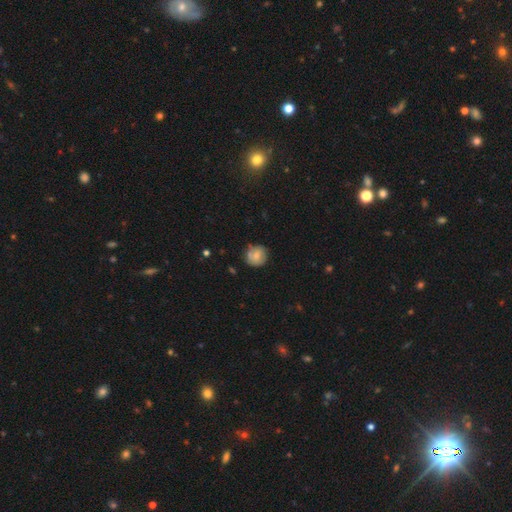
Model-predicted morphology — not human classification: A smooth galaxy with no disk features (66%) that is round (87%). Merging: none (72%).